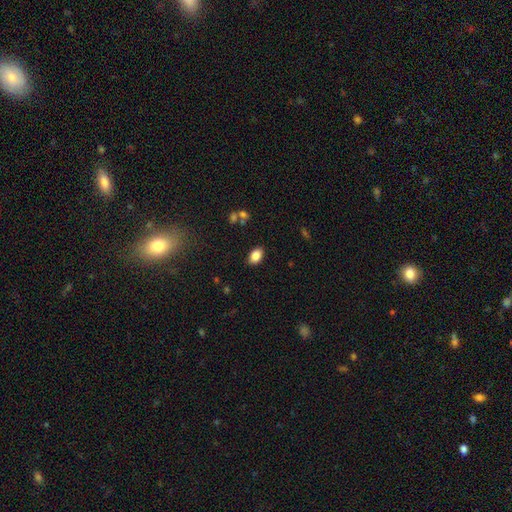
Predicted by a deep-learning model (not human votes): smooth 86%, star or artifact 9%, featured or disk 6%. Down the decision tree: how rounded — in between (87%); merging — none (87%).